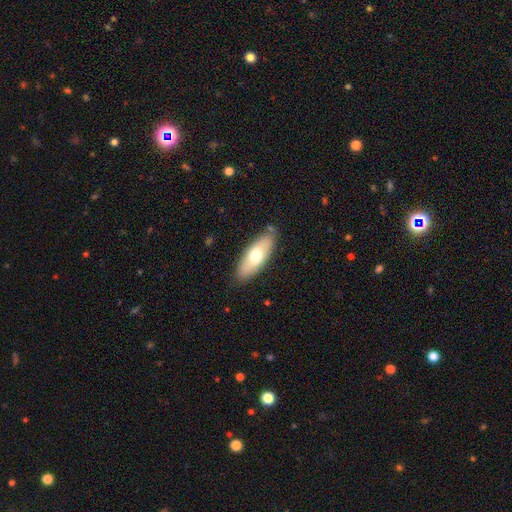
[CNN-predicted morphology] Smooth or featured: smooth — 64% (featured or disk — 30%)
How rounded: in between — 70% (cigar-shaped — 27%)
Merging: none — 81% (minor disturbance — 13%)